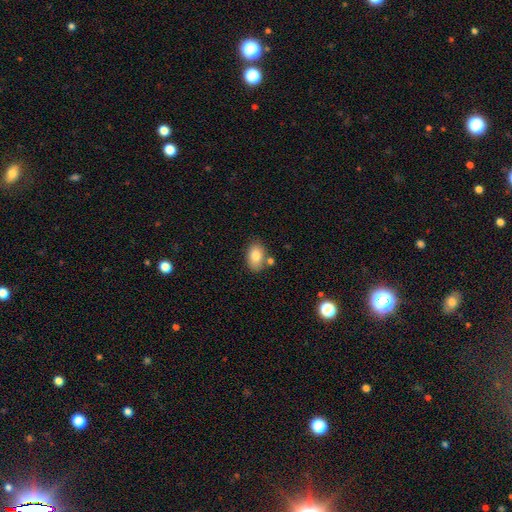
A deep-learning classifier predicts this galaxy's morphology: A smooth galaxy with no disk features (82%) that is in between round and cigar-shaped (86%). Merging: none (72%).